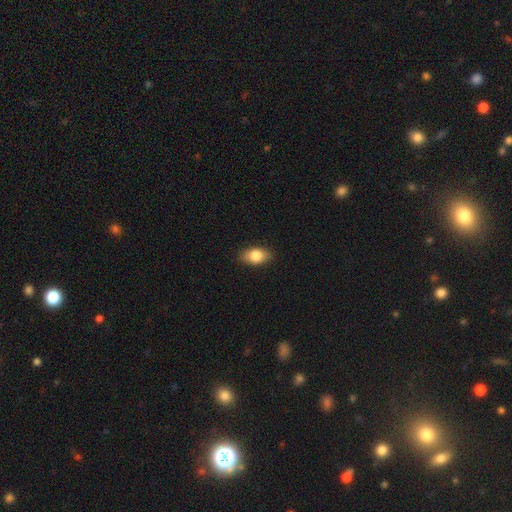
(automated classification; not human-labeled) A smooth galaxy with no disk features (82%) that is in between round and cigar-shaped (87%).

Vote fractions:
- Smooth or featured? smooth: 82% / featured or disk: 11% / star or artifact: 7%
- How rounded? in between: 87% / round: 11% / cigar-shaped: 3%
- Merging? none: 87% / minor disturbance: 10% / major disturbance: 2% / merger: 1%